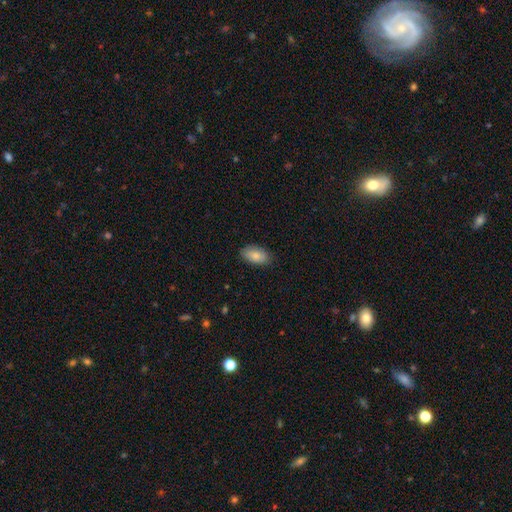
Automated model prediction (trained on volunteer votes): smooth 84%, featured or disk 10%, star or artifact 6%. Down the decision tree: how rounded — in between (93%); merging — none (85%).